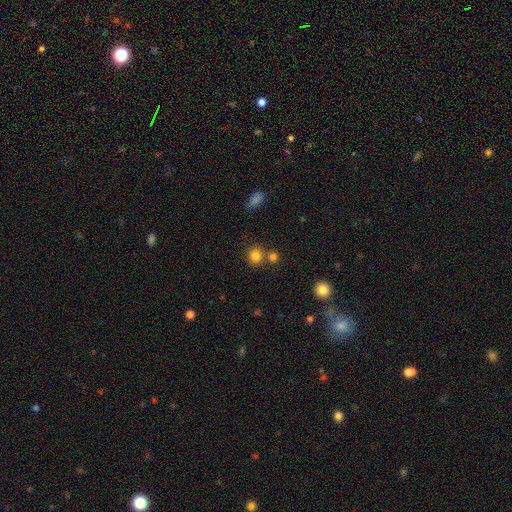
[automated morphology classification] Overall: smooth (81%). How rounded: round (86%). Merging: none (69%).